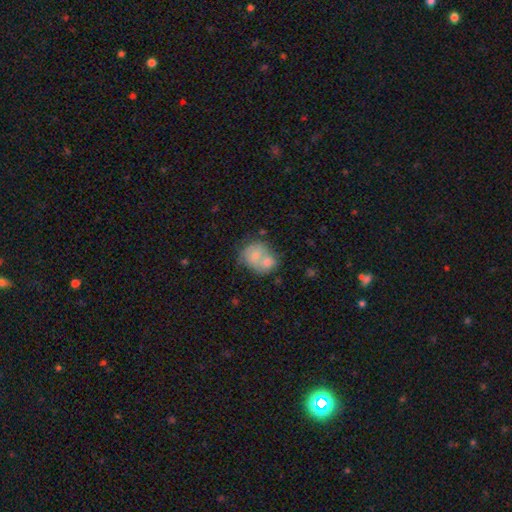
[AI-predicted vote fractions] Smooth or featured? smooth (61%)
How rounded? round (65%)
Merging? merger (70%)